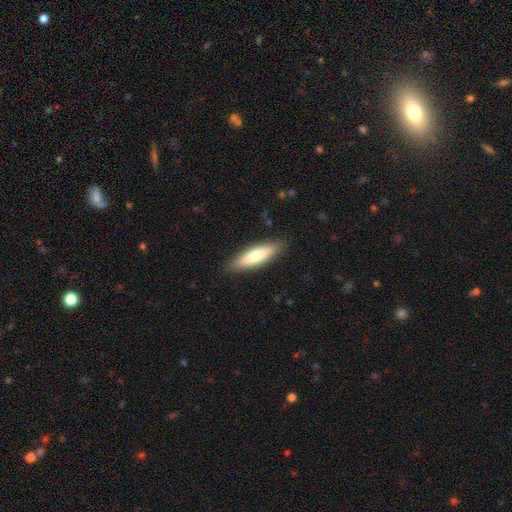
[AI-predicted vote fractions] smooth_or_featured: smooth (p=0.71) [alt: featured or disk p=0.23]
how_rounded: cigar-shaped (p=0.64) [alt: in between p=0.34]
merging: none (p=0.88) [alt: minor disturbance p=0.09]